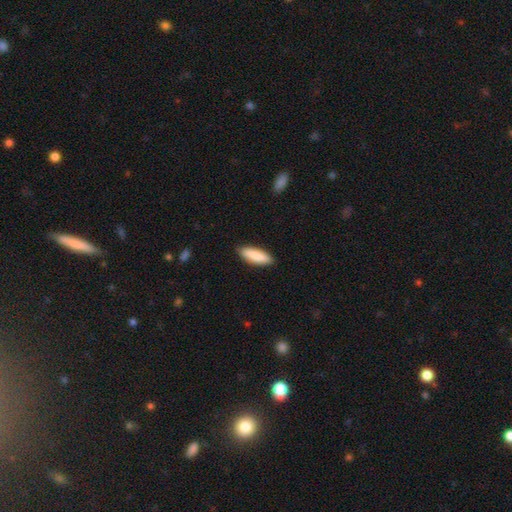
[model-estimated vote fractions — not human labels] This appears to be a smooth galaxy with no disk features (88%) that is in between round and cigar-shaped (50%). Merging: none (88%).